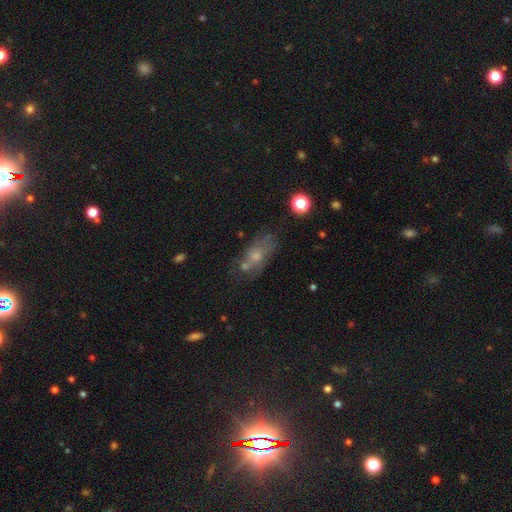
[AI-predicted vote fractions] Q: Smooth or featured?
A: smooth (45%); runner-up: featured or disk (36%)
Q: Merging?
A: none (54%); runner-up: minor disturbance (21%)